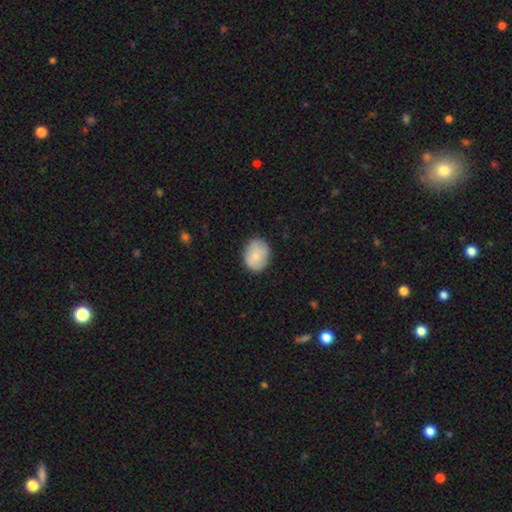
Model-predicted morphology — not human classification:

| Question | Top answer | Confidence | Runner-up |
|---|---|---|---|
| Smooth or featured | smooth | 82% | featured or disk (11%) |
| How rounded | round | 50% | tied: in between (50%) |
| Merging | none | 81% | minor disturbance (15%) |